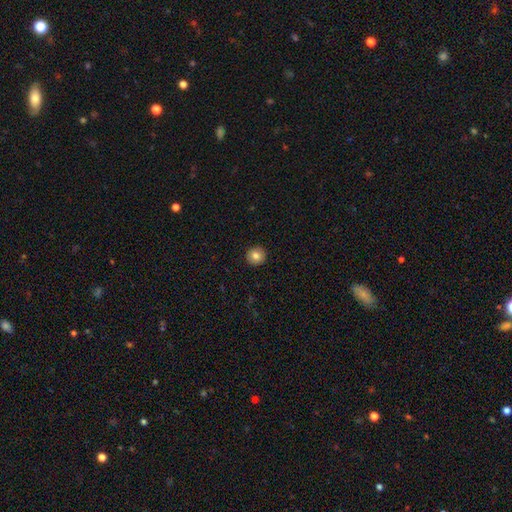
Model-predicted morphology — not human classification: Smooth or featured? smooth (82%)
How rounded? round (94%)
Merging? none (92%)